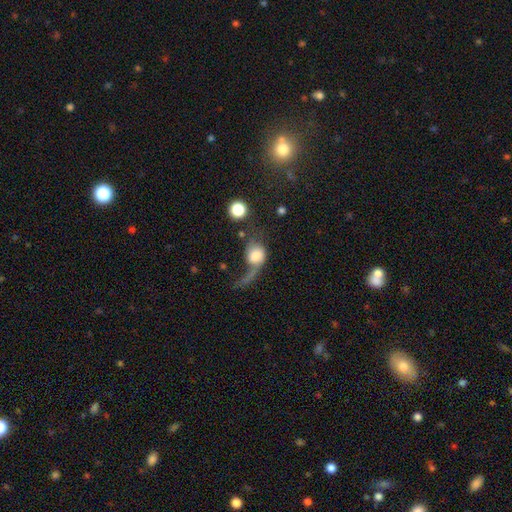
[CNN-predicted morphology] smooth 58%, featured or disk 34%, star or artifact 9%. Down the decision tree: how rounded — round (59%); merging — major disturbance (57%).